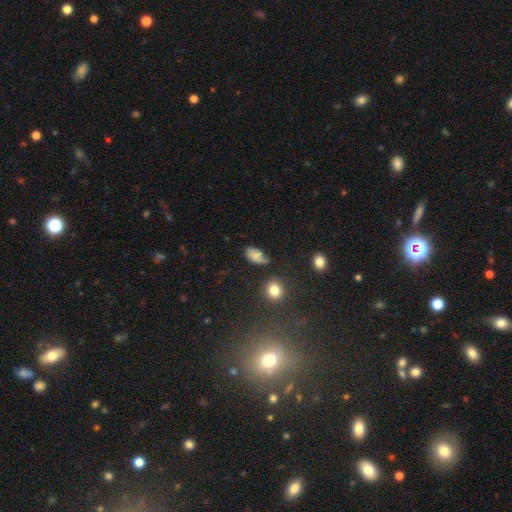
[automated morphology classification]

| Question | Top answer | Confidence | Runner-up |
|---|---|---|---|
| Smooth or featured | smooth | 69% | featured or disk (20%) |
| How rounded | in between | 90% | round (7%) |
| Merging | none | 46% | minor disturbance (34%) |